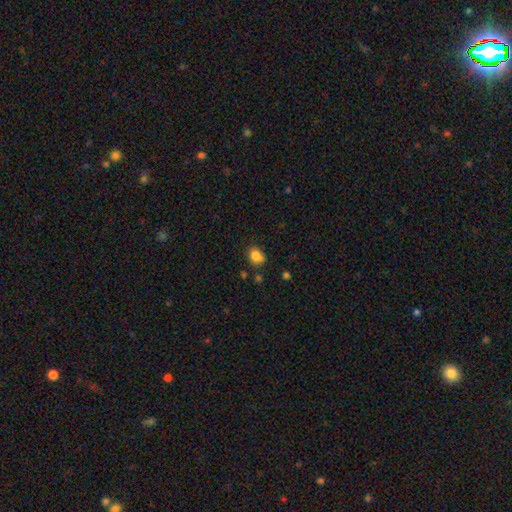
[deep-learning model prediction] Smooth or featured? smooth (82%)
How rounded? in between (56%)
Merging? none (64%)